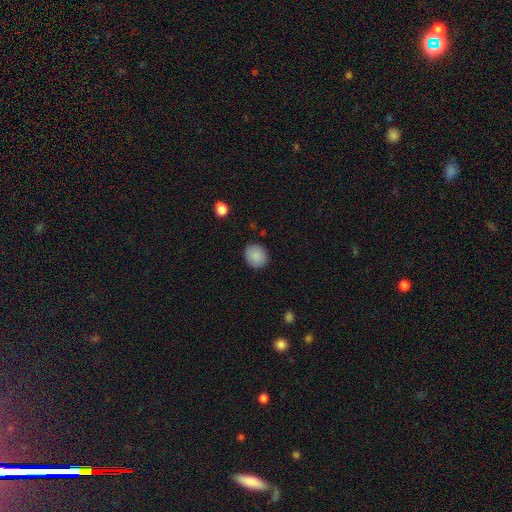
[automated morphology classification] Smooth or featured? smooth (88%)
How rounded? round (77%)
Merging? none (88%)